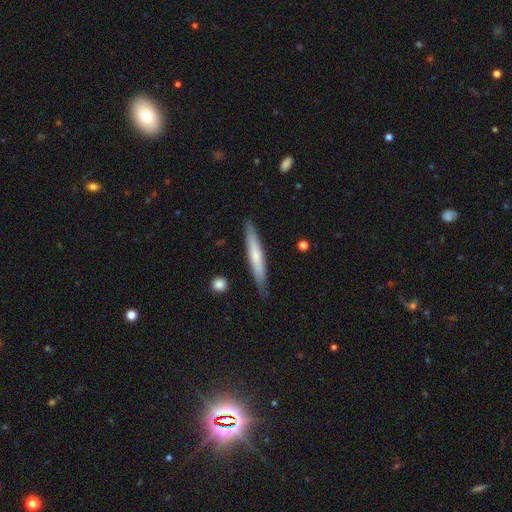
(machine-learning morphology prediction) smooth_or_featured: smooth (p=0.56) [alt: featured or disk p=0.39]
how_rounded: cigar-shaped (p=0.94) [alt: in between p=0.05]
merging: none (p=0.86) [alt: minor disturbance p=0.11]